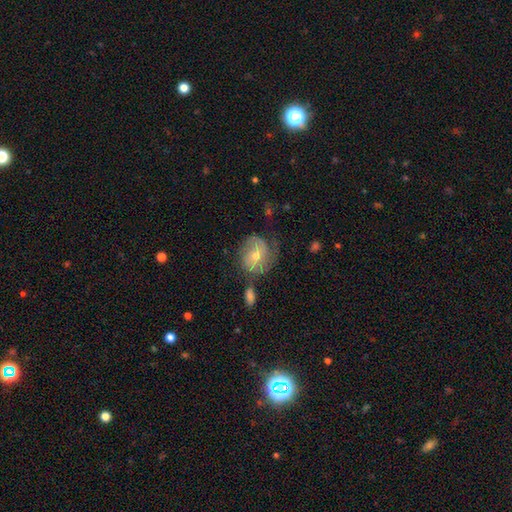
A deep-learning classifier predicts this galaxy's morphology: Smooth or featured? Predicted: featured or disk (p=0.69). Edge-on disk? Predicted: no (p=0.97). Bar? Predicted: no (p=0.53). Spiral arms? Predicted: yes (p=0.87). Spiral winding? Predicted: tight (p=0.45). Spiral arm count? Predicted: 2 (p=0.45). Bulge size? Predicted: moderate (p=0.54). Merging? Predicted: none (p=0.57).